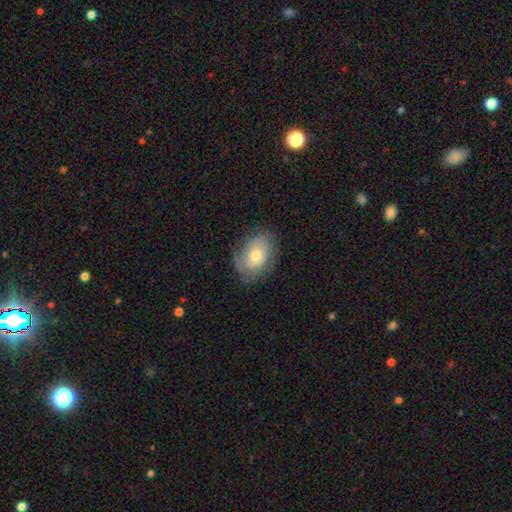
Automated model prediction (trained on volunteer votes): Smooth or featured? featured or disk (51%)
Edge-on disk? no (95%)
Merging? none (71%)